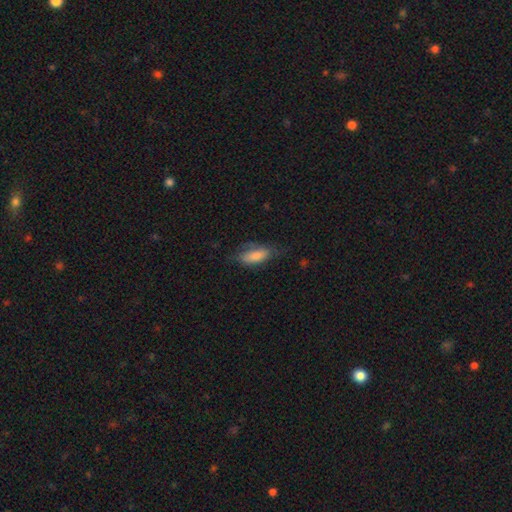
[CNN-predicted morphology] Smooth or featured? smooth (75%)
How rounded? in between (75%)
Merging? none (60%)